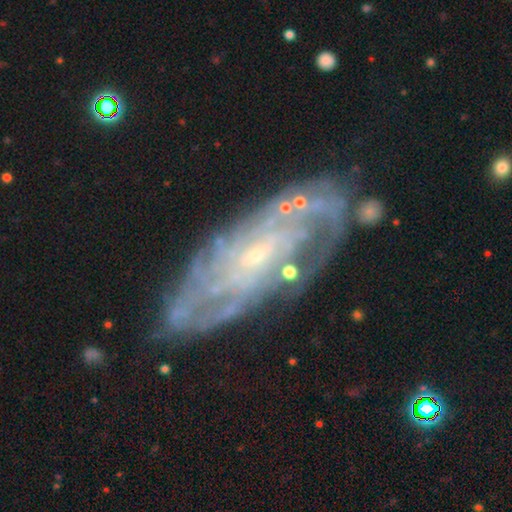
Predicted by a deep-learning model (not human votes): featured or disk 84%, smooth 9%, star or artifact 7%. Down the decision tree: edge-on disk — no (90%); bar — no (61%); spiral arms — yes (92%); spiral arm count — can't tell (47%); spiral winding — tight (65%); bulge size — small (79%); merging — none (74%).